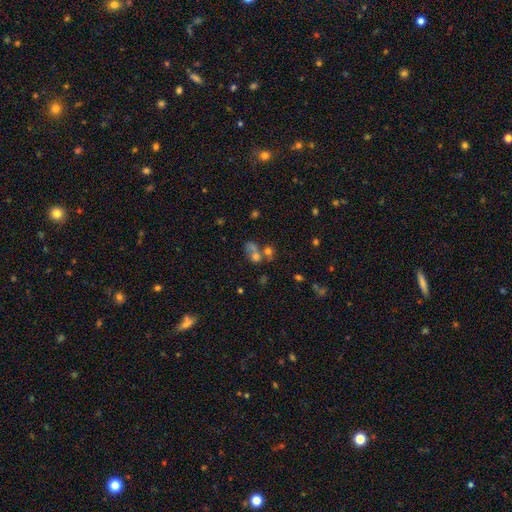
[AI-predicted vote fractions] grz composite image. It shows a smooth galaxy with no disk features (55%) that is round (60%). Merging: merger (55%).